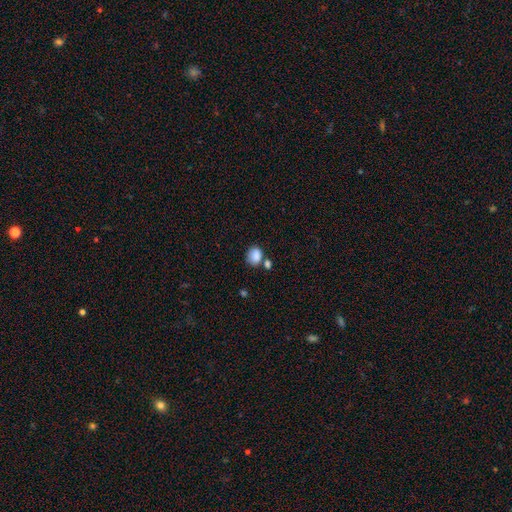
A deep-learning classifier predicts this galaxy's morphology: smooth 86%, star or artifact 9%, featured or disk 5%. Down the decision tree: how rounded — in between (50%); merging — none (59%).